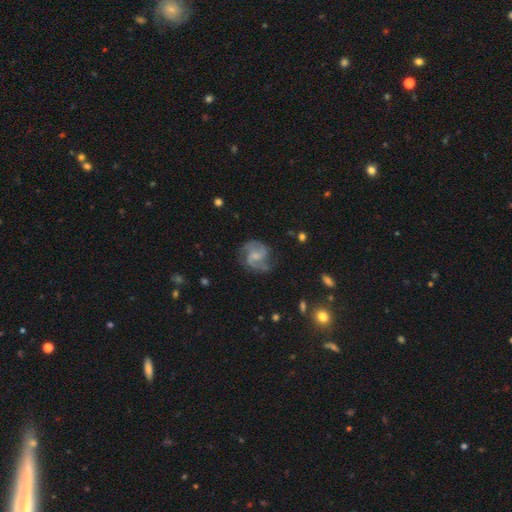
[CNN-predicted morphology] This is clearly a featured or disk galaxy (83%). It is clearly not viewed edge-on (98%). Bar: possibly no (51%). Spiral arm pattern: clearly yes (96%). Spiral arm count: likely 2 (74%). Spiral winding: possibly medium (55%). Central bulge: marginally small (44%). Merging: likely none (66%).